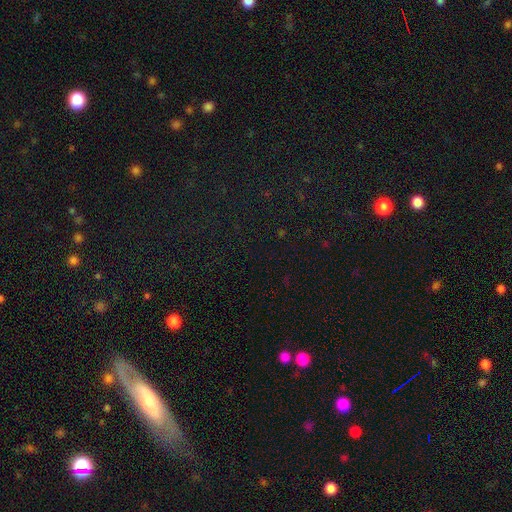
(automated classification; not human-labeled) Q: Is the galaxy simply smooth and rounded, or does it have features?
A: star or artifact — 71%.